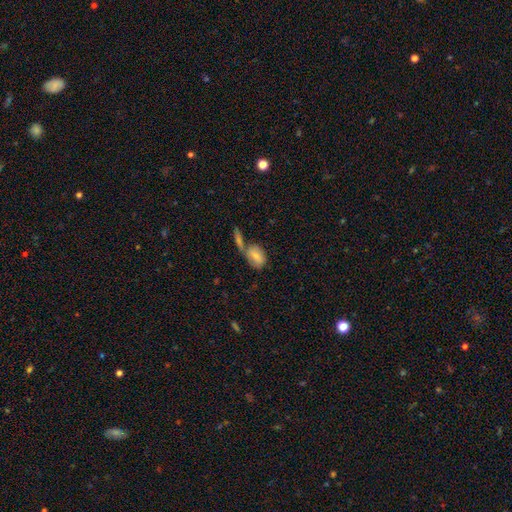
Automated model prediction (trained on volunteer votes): The model was most divided on "merging": merger: 43%, none: 40%, minor disturbance: 12%, major disturbance: 5%. More confident: how rounded — in between (82%); smooth or featured — smooth (76%).